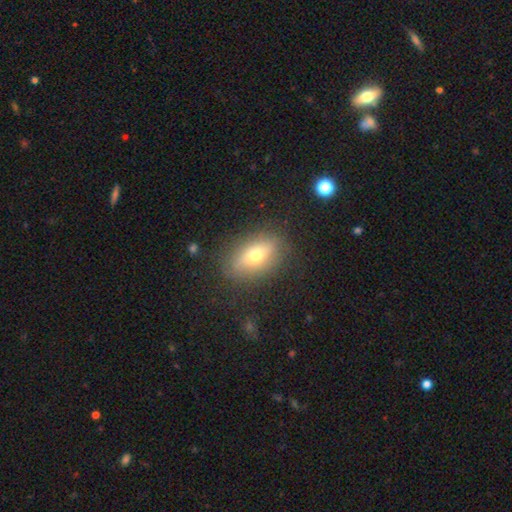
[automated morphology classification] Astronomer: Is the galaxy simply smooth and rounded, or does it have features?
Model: smooth — 62%.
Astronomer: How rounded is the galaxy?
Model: in between — 80%.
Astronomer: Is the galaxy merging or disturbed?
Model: none — 83%.